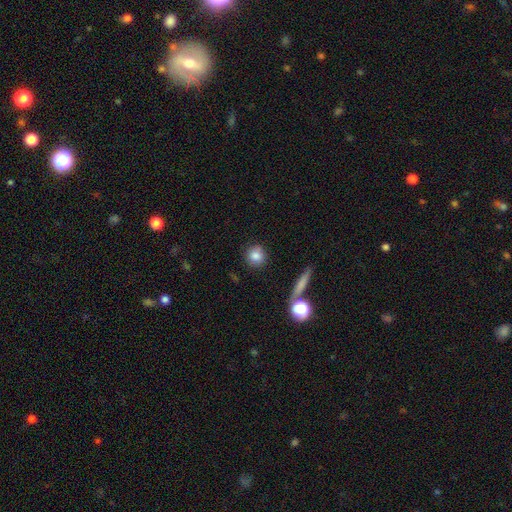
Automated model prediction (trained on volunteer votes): Smooth or featured?
  - smooth: 83% *
  - star or artifact: 9%
  - featured or disk: 8%
How rounded?
  - round: 88% *
  - in between: 10%
  - cigar-shaped: 2%
Merging?
  - none: 87% *
  - minor disturbance: 8%
  - merger: 3%
  - major disturbance: 2%